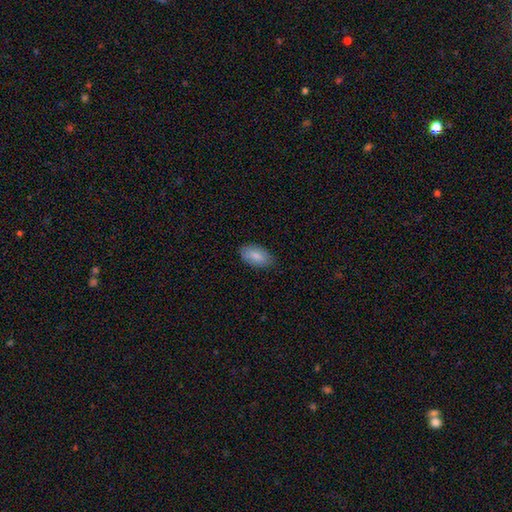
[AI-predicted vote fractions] A smooth galaxy with no disk features (85%) that is in between round and cigar-shaped (94%).

Vote fractions:
- Smooth or featured? smooth: 85% / featured or disk: 9% / star or artifact: 6%
- How rounded? in between: 94% / round: 3% / cigar-shaped: 3%
- Merging? none: 83% / minor disturbance: 13% / major disturbance: 3% / merger: 1%